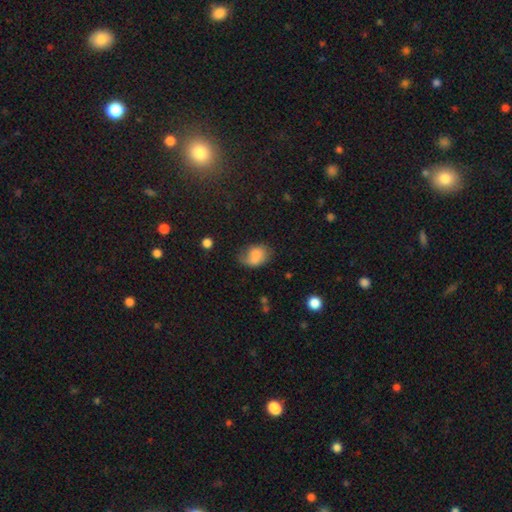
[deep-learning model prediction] smooth 74%, featured or disk 16%, star or artifact 10%. Down the decision tree: how rounded — in between (70%); merging — none (43%).